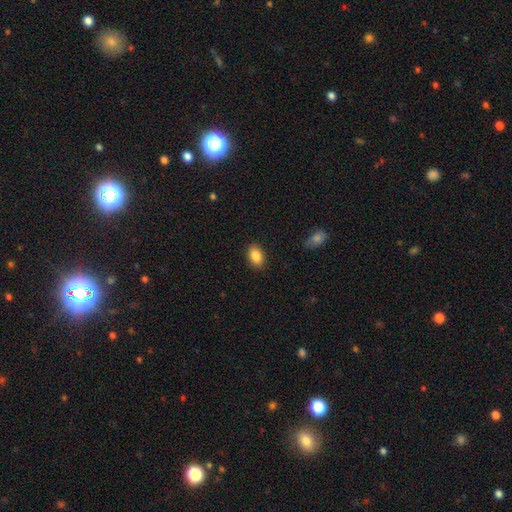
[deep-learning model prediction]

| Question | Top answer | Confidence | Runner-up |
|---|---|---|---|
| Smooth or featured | smooth | 87% | star or artifact (7%) |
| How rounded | in between | 90% | round (8%) |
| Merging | none | 89% | minor disturbance (8%) |